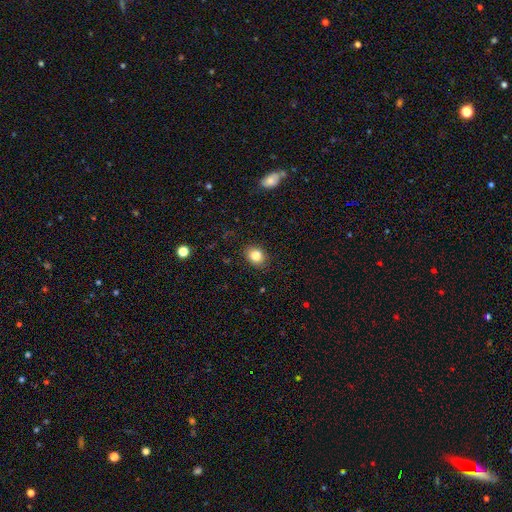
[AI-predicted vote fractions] The model was most divided on "how rounded": round: 53%, in between: 46%, cigar-shaped: 1%. More confident: merging — none (87%); smooth or featured — smooth (84%).